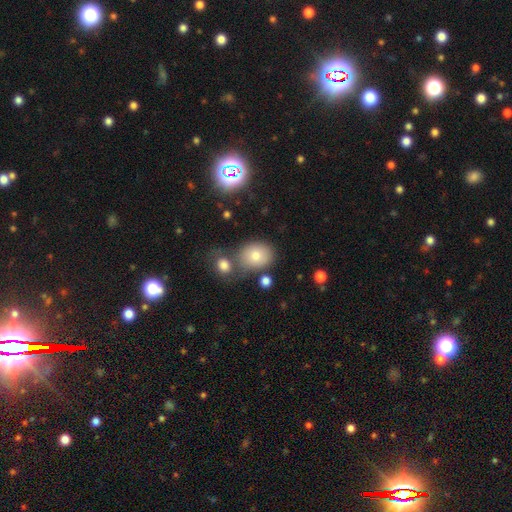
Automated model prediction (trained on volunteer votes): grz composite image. It shows a smooth galaxy with no disk features (76%) that is round (53%). Merging: none (61%).